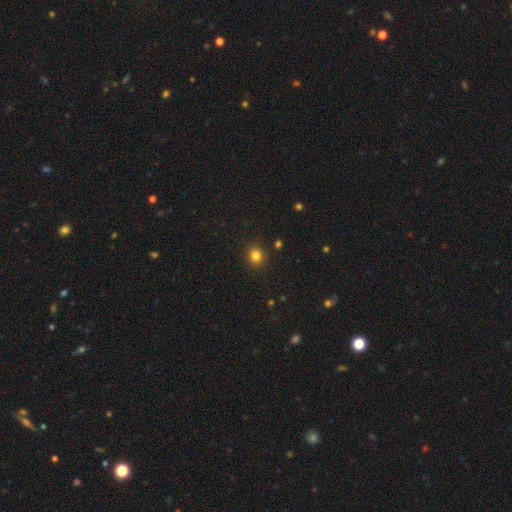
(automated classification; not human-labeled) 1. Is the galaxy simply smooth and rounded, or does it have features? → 81% smooth, 14% star or artifact, 5% featured or disk.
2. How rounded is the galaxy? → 83% round, 17% in between, 1% cigar-shaped.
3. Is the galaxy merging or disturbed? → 90% none, 7% minor disturbance, 2% major disturbance, 1% merger.